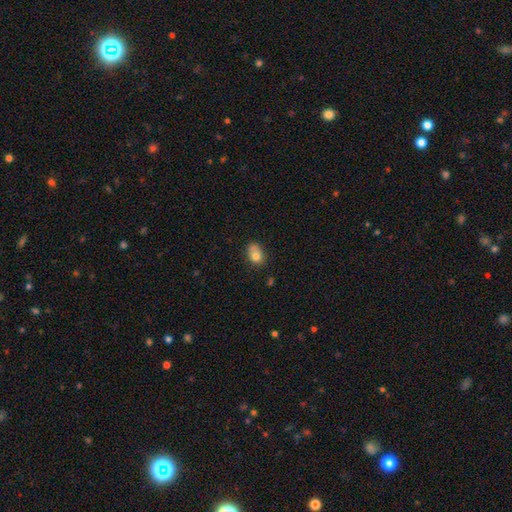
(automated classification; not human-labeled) Overall: smooth (77%). How rounded: in between (69%; round 30%). Merging: none (51%; minor disturbance 30%).